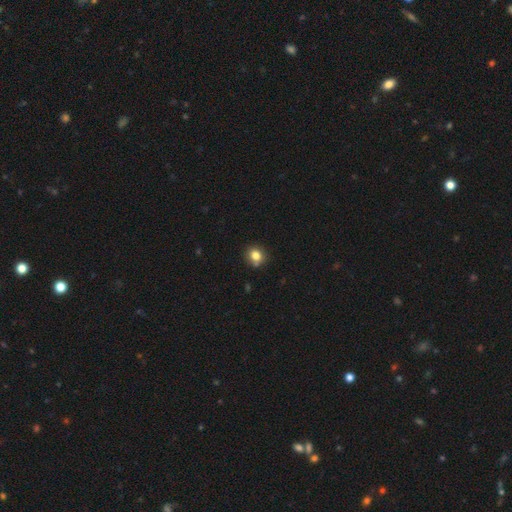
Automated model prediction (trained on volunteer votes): Smooth or featured: smooth — 81% (star or artifact — 11%)
How rounded: round — 77% (in between — 22%)
Merging: none — 79% (minor disturbance — 14%)